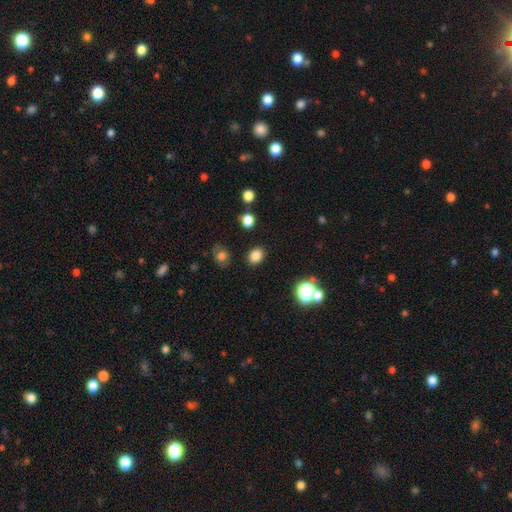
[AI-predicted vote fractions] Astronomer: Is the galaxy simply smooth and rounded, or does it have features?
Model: smooth — 81%.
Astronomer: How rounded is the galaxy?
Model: in between — 55% (runner-up: round, 44%).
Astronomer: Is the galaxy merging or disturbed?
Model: none — 87%.